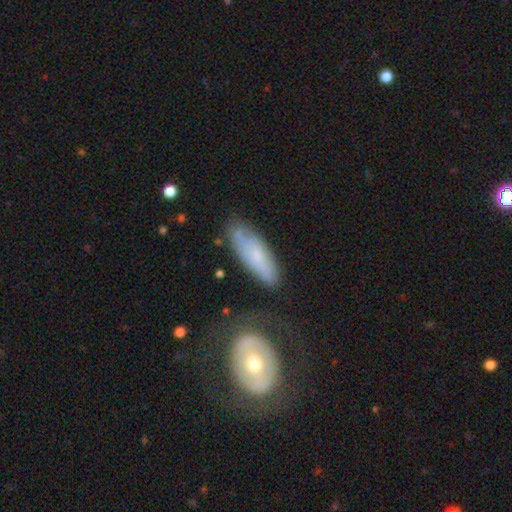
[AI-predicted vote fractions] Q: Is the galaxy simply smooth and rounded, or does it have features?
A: smooth — 57%.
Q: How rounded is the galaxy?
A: in between — 64%.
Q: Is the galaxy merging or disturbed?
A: none — 60%.